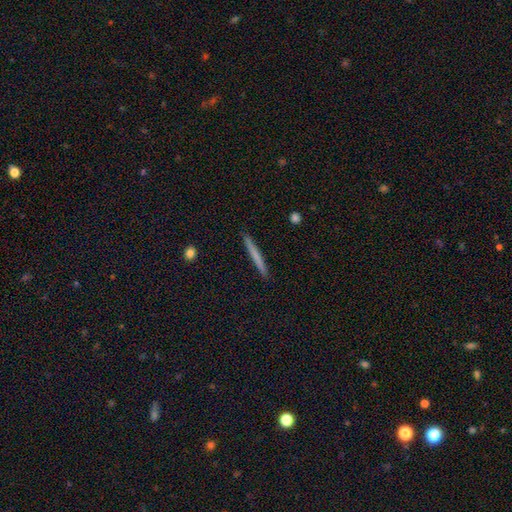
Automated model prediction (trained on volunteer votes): Q: Smooth or featured?
A: smooth (65%); runner-up: featured or disk (29%)
Q: How rounded?
A: cigar-shaped (97%); runner-up: in between (2%)
Q: Merging?
A: none (92%); runner-up: minor disturbance (6%)